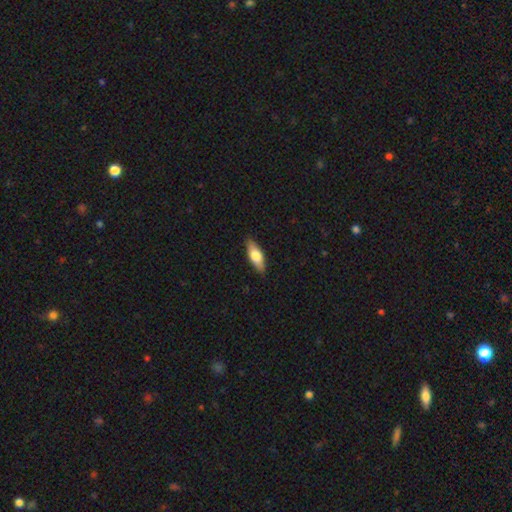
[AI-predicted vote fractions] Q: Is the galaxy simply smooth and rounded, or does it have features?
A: smooth — 68%.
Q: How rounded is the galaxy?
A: in between — 66%.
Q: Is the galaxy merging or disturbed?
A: none — 88%.